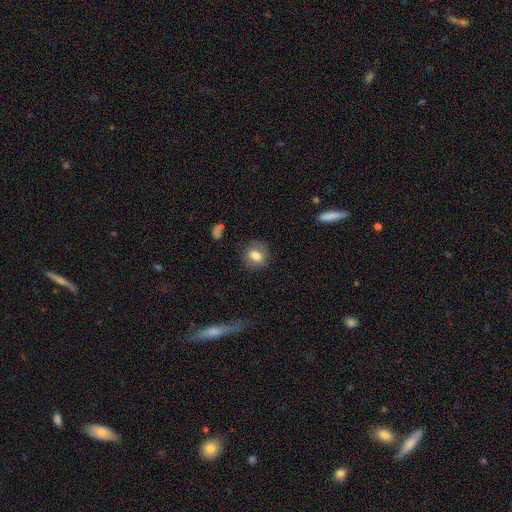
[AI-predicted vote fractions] Smooth or featured? smooth (80%)
How rounded? round (77%)
Merging? none (85%)